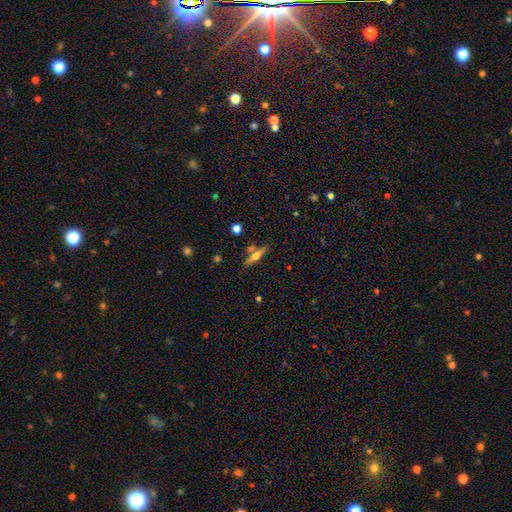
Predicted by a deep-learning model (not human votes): This appears to be a featured or disk galaxy (48%). Merging: none (72%).